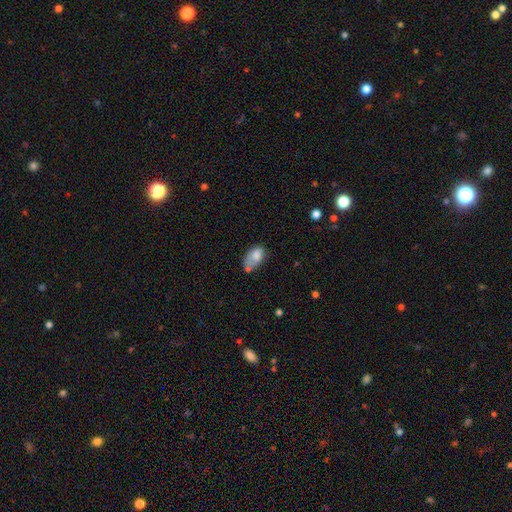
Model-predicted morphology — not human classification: Smooth or featured?
  - smooth: 76% *
  - featured or disk: 15%
  - star or artifact: 9%
How rounded?
  - in between: 89% *
  - round: 10%
  - cigar-shaped: 2%
Merging?
  - none: 36% *
  - minor disturbance: 30%
  - merger: 19%
  - major disturbance: 16%